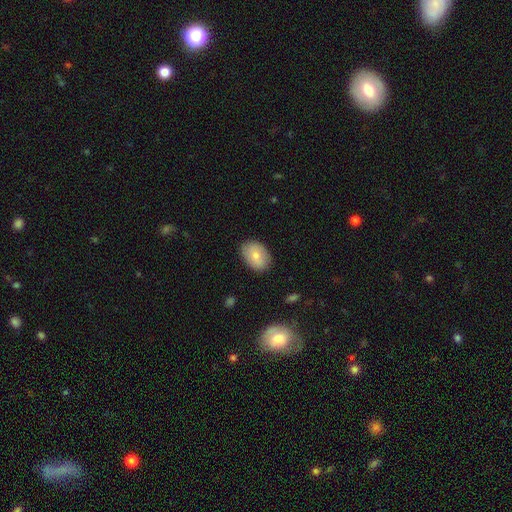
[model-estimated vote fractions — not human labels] smooth 76%, featured or disk 16%, star or artifact 7%. Down the decision tree: how rounded — in between (81%); merging — none (84%).